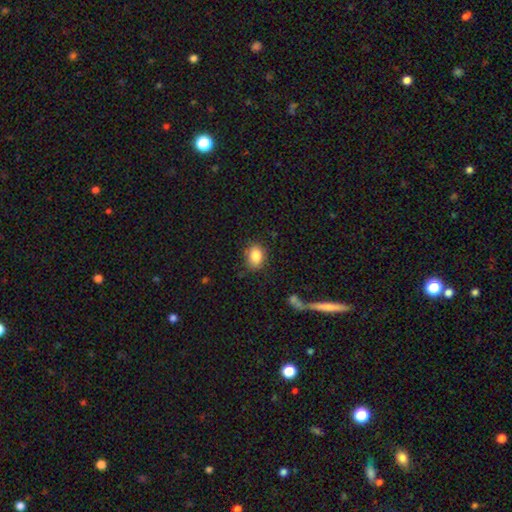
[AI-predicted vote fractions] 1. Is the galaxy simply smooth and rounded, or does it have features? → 86% smooth, 8% star or artifact, 6% featured or disk.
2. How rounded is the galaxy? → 65% in between, 34% round, 1% cigar-shaped.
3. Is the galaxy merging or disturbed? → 77% none, 16% minor disturbance, 4% major disturbance, 2% merger.